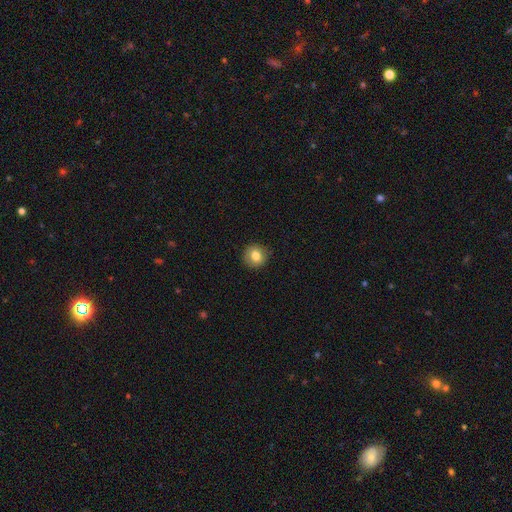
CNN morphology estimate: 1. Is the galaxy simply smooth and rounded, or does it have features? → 81% smooth, 10% featured or disk, 9% star or artifact.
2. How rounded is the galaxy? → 90% round, 9% in between, 1% cigar-shaped.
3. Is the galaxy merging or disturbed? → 89% none, 8% minor disturbance, 2% major disturbance, 1% merger.